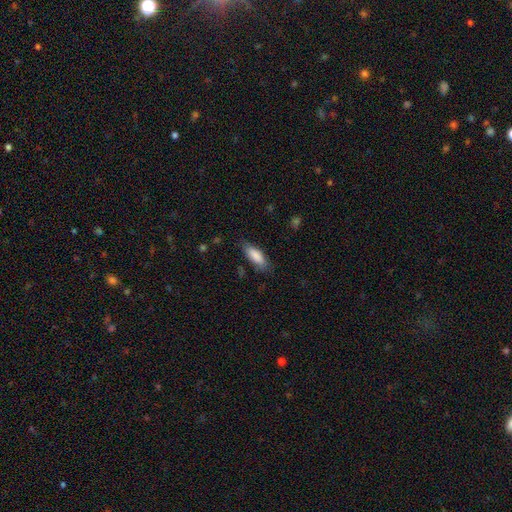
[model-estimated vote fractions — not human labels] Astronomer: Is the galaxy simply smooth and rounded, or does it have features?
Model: smooth — 85%.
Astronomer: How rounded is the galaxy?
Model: in between — 69%.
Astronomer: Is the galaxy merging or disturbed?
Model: none — 75%.